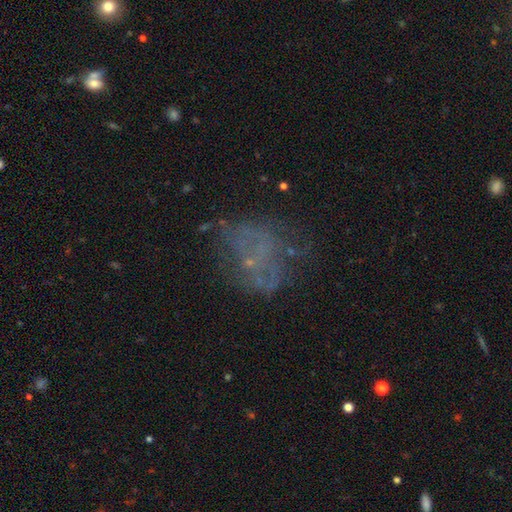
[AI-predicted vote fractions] Smooth or featured? featured or disk (41%)
Merging? none (57%)